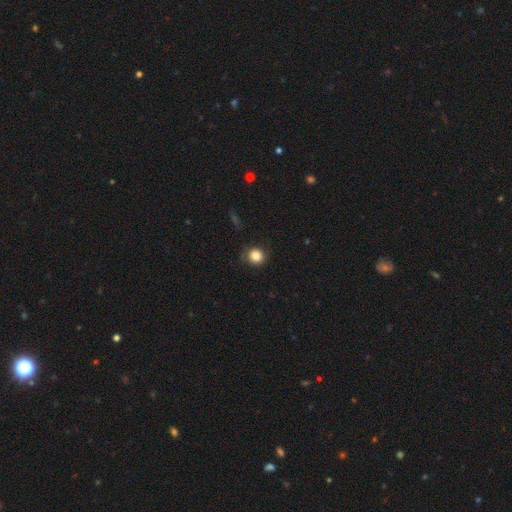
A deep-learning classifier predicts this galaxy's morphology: type=smooth (84%); roundness=round (87%); merging=none (77%).